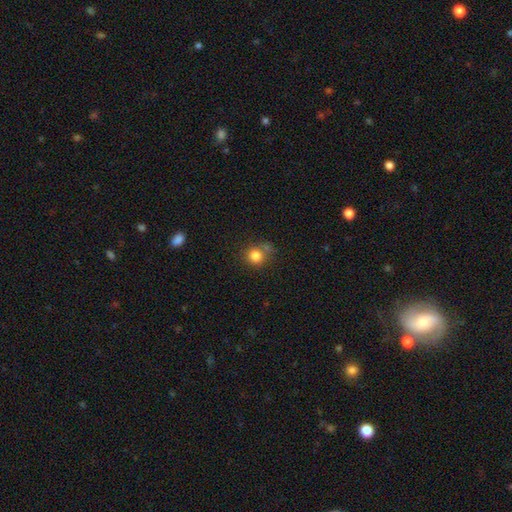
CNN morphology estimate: Smooth or featured? smooth (83%)
How rounded? round (87%)
Merging? none (64%)